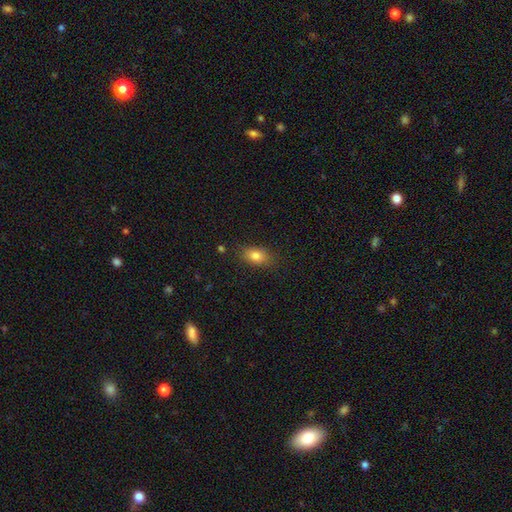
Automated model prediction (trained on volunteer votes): This is clearly a smooth galaxy (81%). How rounded: clearly in between (85%). Merging: clearly none (84%).